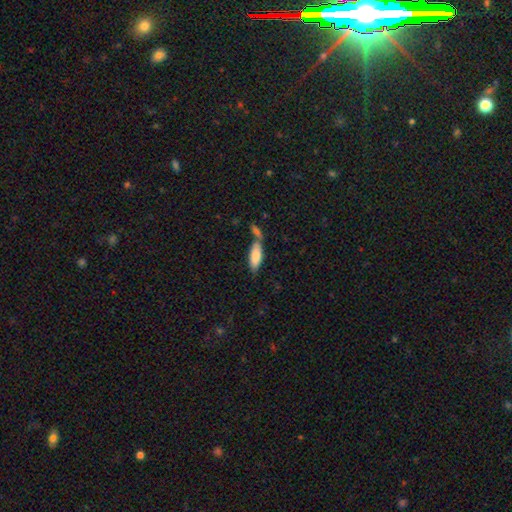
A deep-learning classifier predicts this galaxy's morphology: Smooth or featured? smooth (80%)
How rounded? in between (72%)
Merging? none (45%)